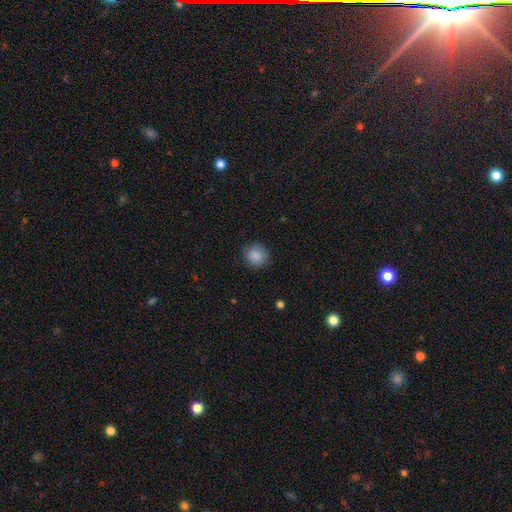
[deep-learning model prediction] Smooth or featured: smooth — 88% (star or artifact — 8%)
How rounded: round — 91% (in between — 8%)
Merging: none — 85% (minor disturbance — 12%)